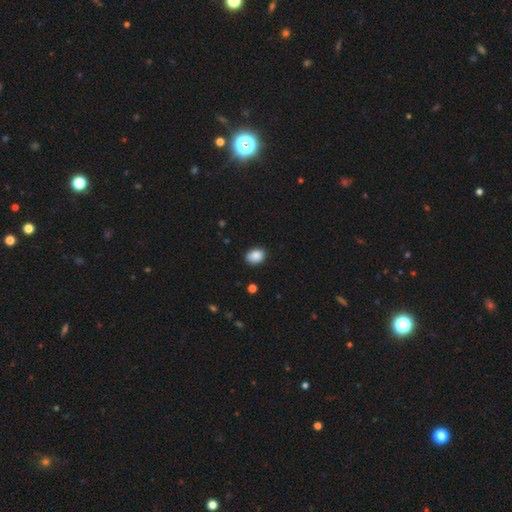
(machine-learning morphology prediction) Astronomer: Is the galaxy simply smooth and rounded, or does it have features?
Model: smooth — 87%.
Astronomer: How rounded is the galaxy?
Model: in between — 72%.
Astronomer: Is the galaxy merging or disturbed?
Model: none — 79%.